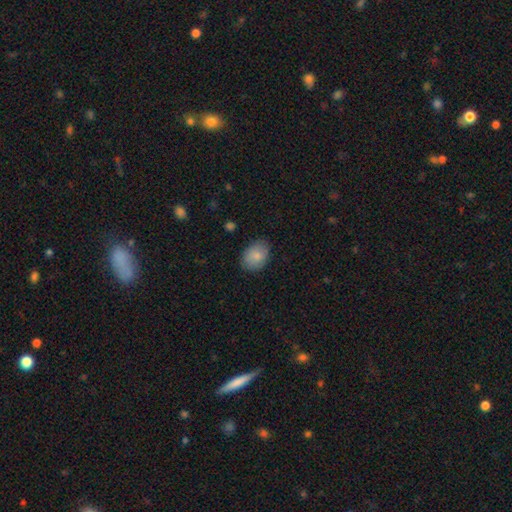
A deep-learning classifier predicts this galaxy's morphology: Smooth or featured?
  - smooth: 84% *
  - featured or disk: 9%
  - star or artifact: 7%
How rounded?
  - in between: 73% *
  - round: 26%
  - cigar-shaped: 1%
Merging?
  - none: 82% *
  - minor disturbance: 14%
  - major disturbance: 3%
  - merger: 1%